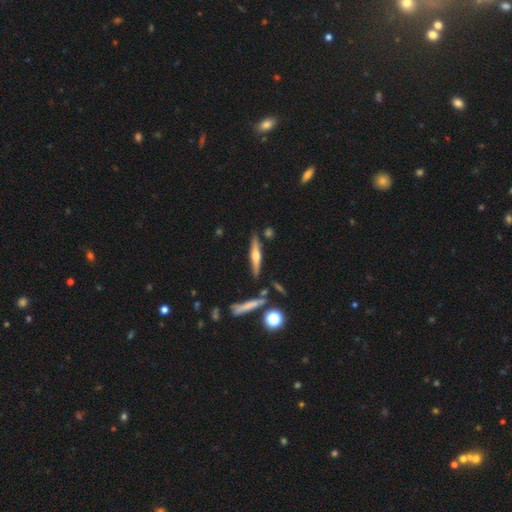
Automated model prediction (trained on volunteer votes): Smooth or featured? featured or disk (60%)
Edge-on disk? yes (96%)
Edge-on bulge? rounded (84%)
Merging? none (81%)